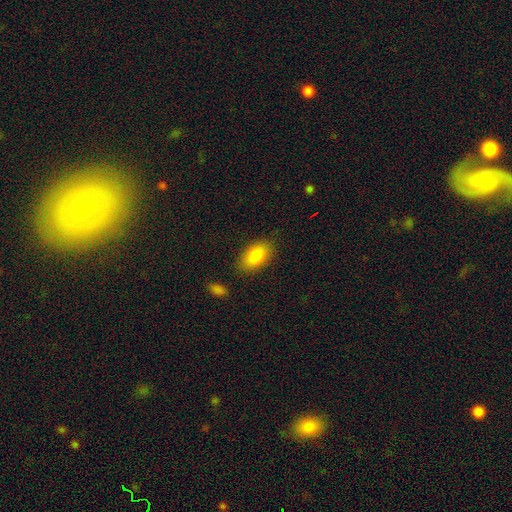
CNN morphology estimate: Smooth or featured? smooth (83%)
How rounded? in between (91%)
Merging? none (84%)